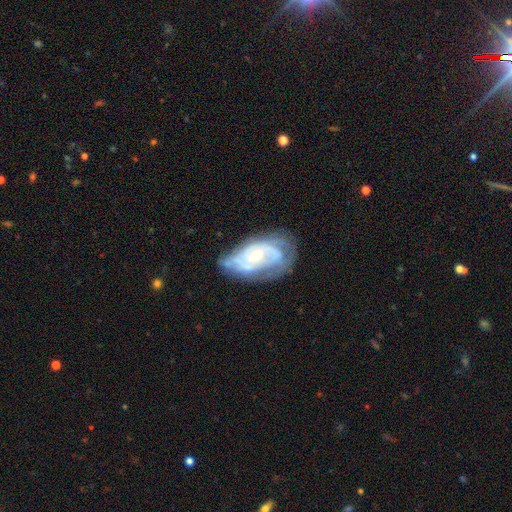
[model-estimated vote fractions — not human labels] Smooth or featured: featured or disk — 79% (smooth — 14%)
Edge-on disk: no — 95% (yes — 5%)
Bar: no — 53% (weak — 37%)
Spiral arms: yes — 88% (no — 12%)
Spiral winding: tight — 55% (medium — 35%)
Spiral arm count: can't tell — 38% (2 — 34%)
Bulge size: small — 56% (moderate — 39%)
Merging: none — 56% (minor disturbance — 27%)